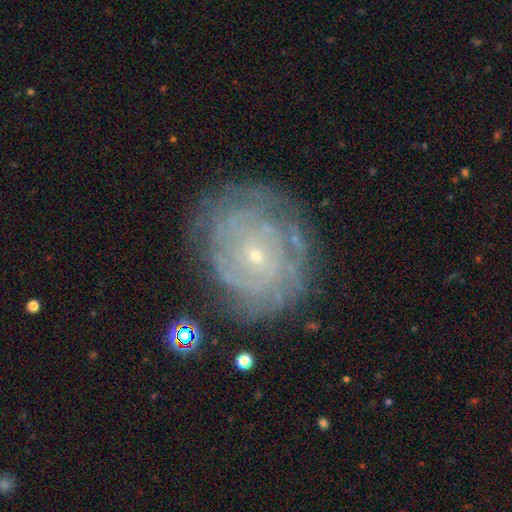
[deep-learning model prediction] featured or disk 80%, smooth 12%, star or artifact 8%. Down the decision tree: edge-on disk — no (97%); bar — no (80%); spiral arms — yes (90%); spiral arm count — can't tell (44%); spiral winding — tight (81%); bulge size — small (87%); merging — none (76%).